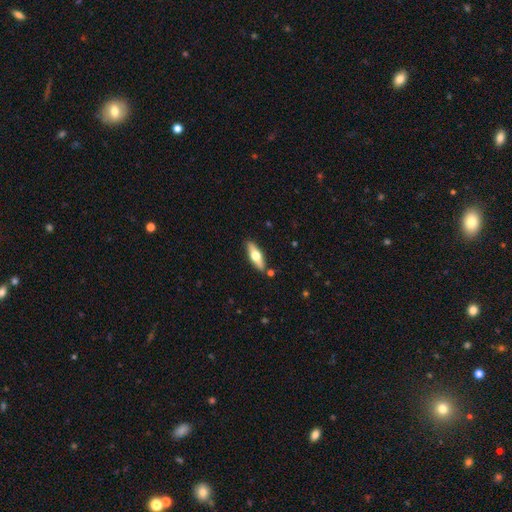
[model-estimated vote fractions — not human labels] Smooth or featured: smooth — 48% (featured or disk — 47%)
Merging: none — 86% (minor disturbance — 9%)